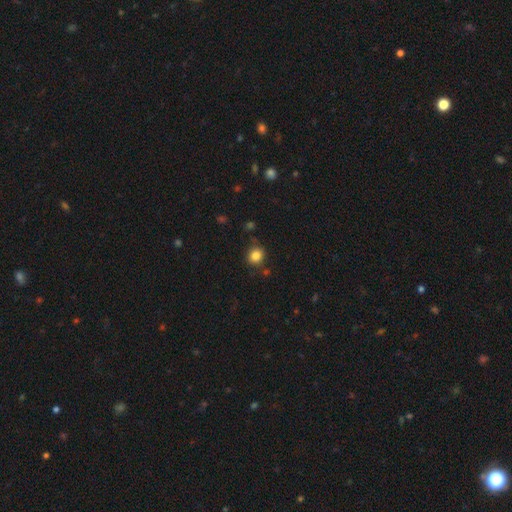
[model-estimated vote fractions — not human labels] Smooth or featured: smooth — 84% (star or artifact — 11%)
How rounded: round — 77% (in between — 22%)
Merging: none — 80% (minor disturbance — 12%)